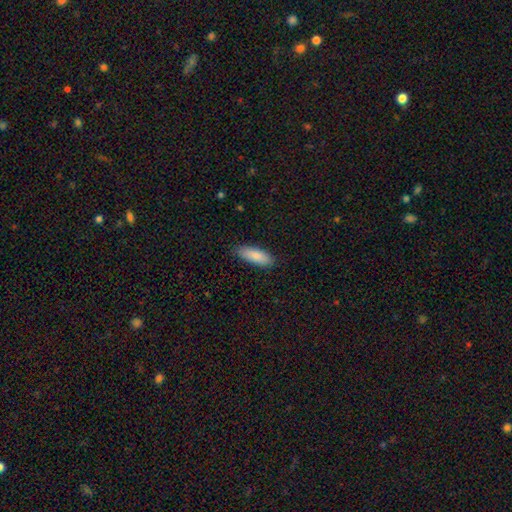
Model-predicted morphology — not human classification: Smooth or featured? smooth (86%)
How rounded? in between (67%)
Merging? none (86%)